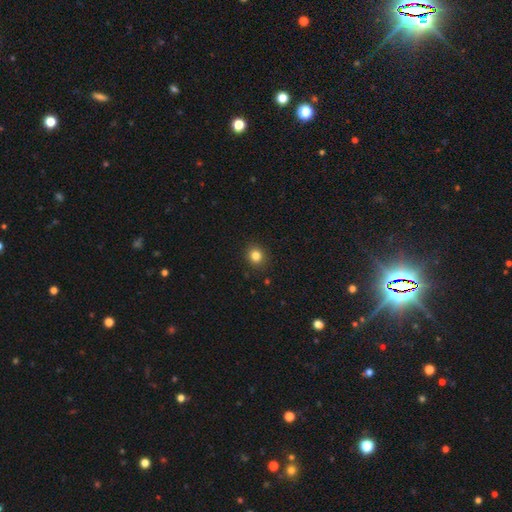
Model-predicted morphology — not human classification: This is clearly a smooth galaxy (83%). How rounded: clearly round (84%). Merging: clearly none (91%).